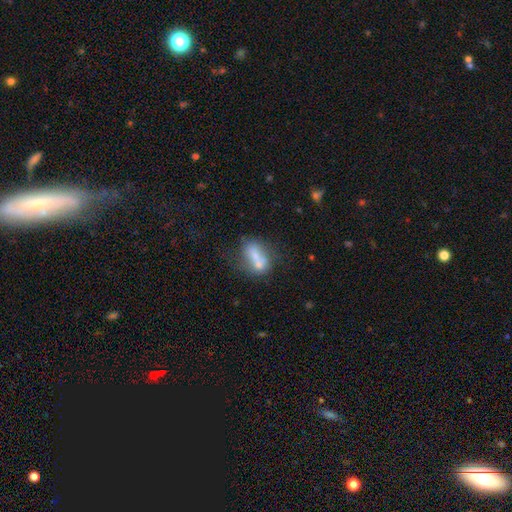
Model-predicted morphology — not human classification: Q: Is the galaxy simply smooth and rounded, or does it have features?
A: smooth — 65%.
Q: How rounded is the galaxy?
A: in between — 72%.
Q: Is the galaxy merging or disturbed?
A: merger — 42%.